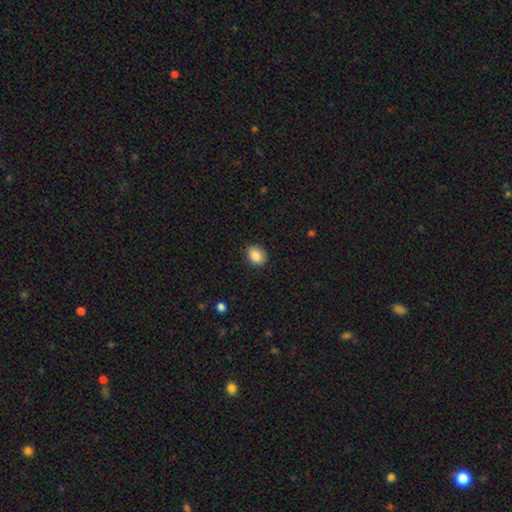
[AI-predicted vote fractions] Smooth or featured: smooth — 88% (star or artifact — 8%)
How rounded: round — 53% (in between — 46%)
Merging: none — 84% (minor disturbance — 13%)